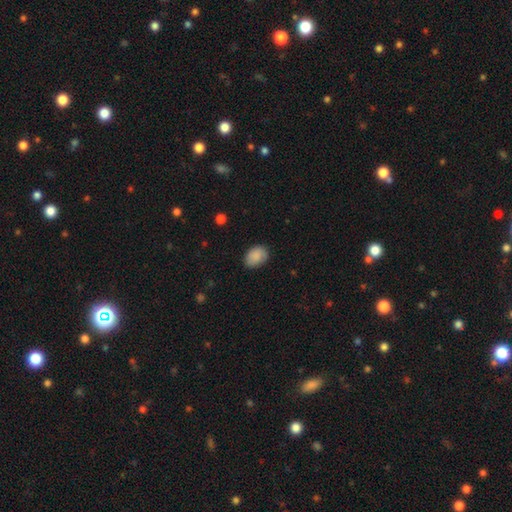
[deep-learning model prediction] This appears to be a smooth galaxy with no disk features (85%) that is in between round and cigar-shaped (76%). Merging: none (77%).